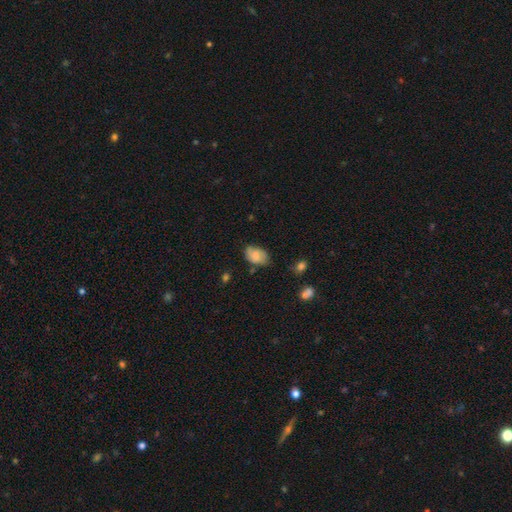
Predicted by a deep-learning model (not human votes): A smooth galaxy with no disk features (73%) that is in between round and cigar-shaped (89%).

Vote fractions:
- Smooth or featured? smooth: 73% / featured or disk: 19% / star or artifact: 8%
- How rounded? in between: 89% / round: 10% / cigar-shaped: 1%
- Merging? none: 64% / minor disturbance: 28% / major disturbance: 6% / merger: 3%